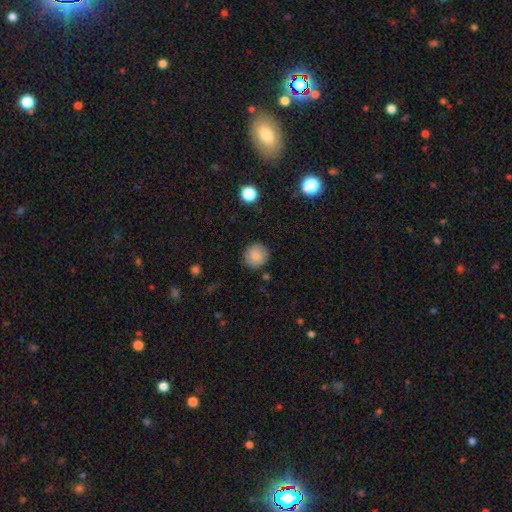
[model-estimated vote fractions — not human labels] A smooth galaxy with no disk features (83%) that is round (93%). Merging: none (87%).